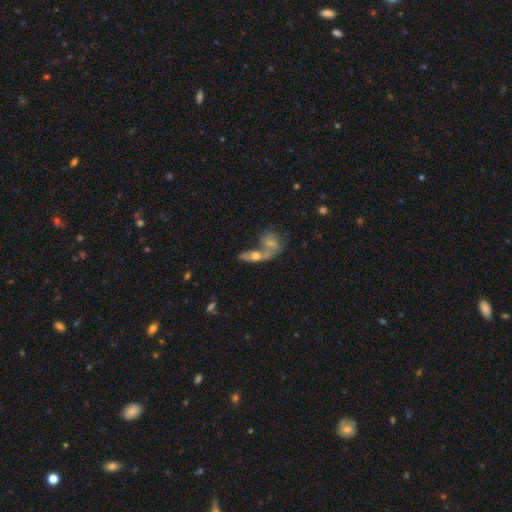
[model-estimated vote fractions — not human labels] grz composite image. It shows a featured or disk galaxy (54%). Merging: merger (62%).